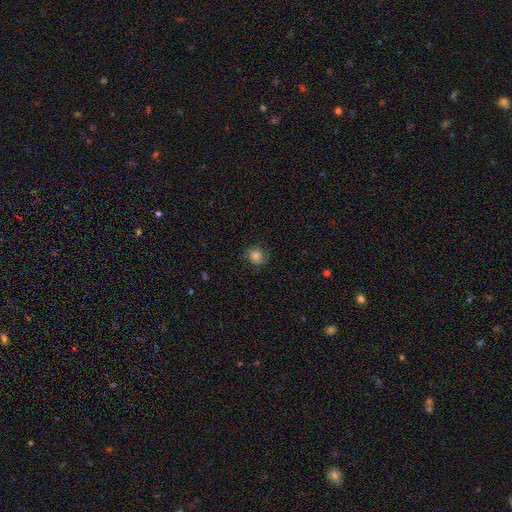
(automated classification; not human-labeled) smooth-or-featured: smooth: 61% | featured or disk: 28% | star or artifact: 11%
  how-rounded: round: 80% | in between: 19% | cigar-shaped: 1%
  merging: none: 72% | minor disturbance: 18% | major disturbance: 9% | merger: 1%